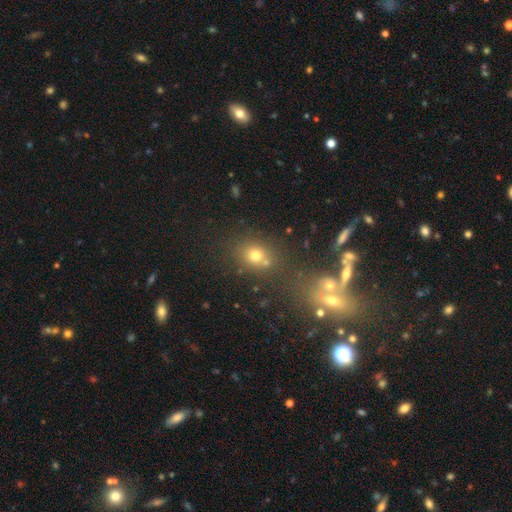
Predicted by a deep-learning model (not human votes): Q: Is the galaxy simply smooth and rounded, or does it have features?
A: smooth — 68%.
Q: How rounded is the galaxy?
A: round — 66%.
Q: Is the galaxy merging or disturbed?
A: none — 59%.